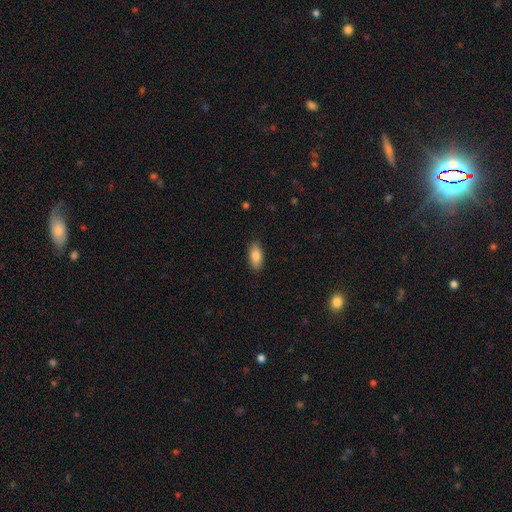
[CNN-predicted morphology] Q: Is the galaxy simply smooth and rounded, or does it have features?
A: smooth — 85%.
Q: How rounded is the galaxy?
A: in between — 89%.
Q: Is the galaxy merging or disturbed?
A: none — 88%.